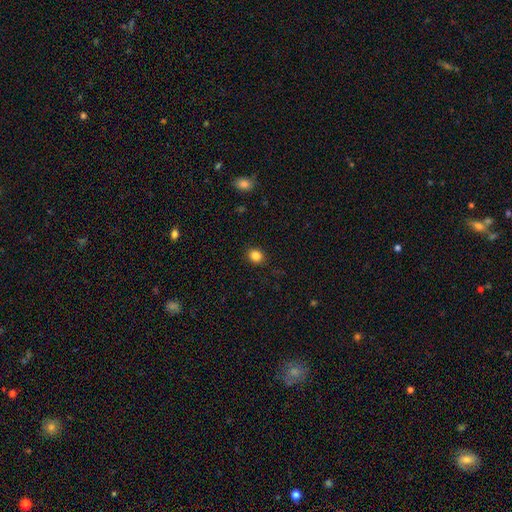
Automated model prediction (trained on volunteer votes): Morphology: type=smooth (84%); roundness=round (71%); merging=none (90%).